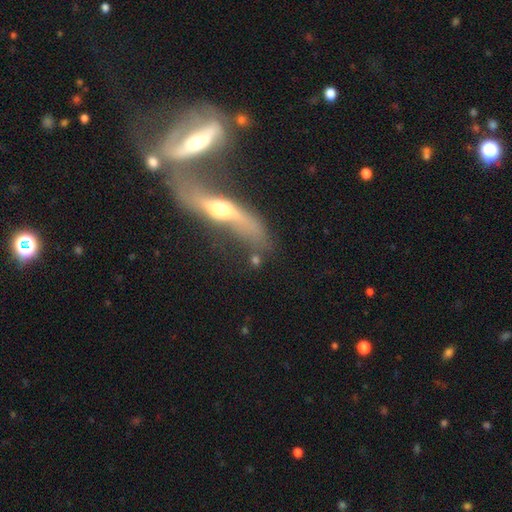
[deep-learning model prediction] smooth-or-featured: featured or disk: 70% | smooth: 21% | star or artifact: 9%
  disk-edge-on: no: 61% | yes: 39%
  merging: none: 39% | merger: 27% | major disturbance: 19% | minor disturbance: 16%